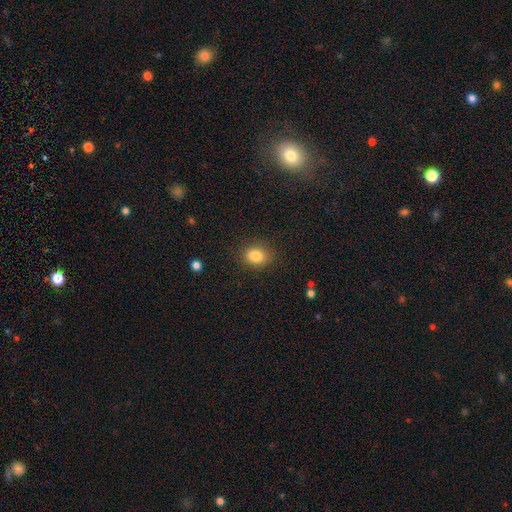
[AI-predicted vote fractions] This is clearly a smooth galaxy (84%). How rounded: possibly round (51%). Merging: clearly none (85%).